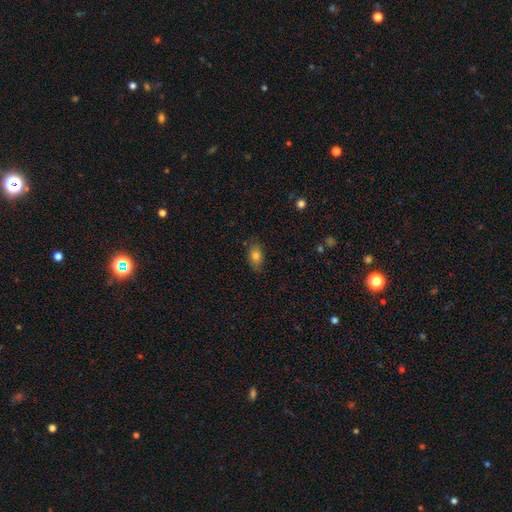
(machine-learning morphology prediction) Smooth or featured?
  - smooth: 80% *
  - featured or disk: 10%
  - star or artifact: 10%
How rounded?
  - in between: 86% *
  - round: 11%
  - cigar-shaped: 3%
Merging?
  - none: 81% *
  - minor disturbance: 14%
  - major disturbance: 3%
  - merger: 1%